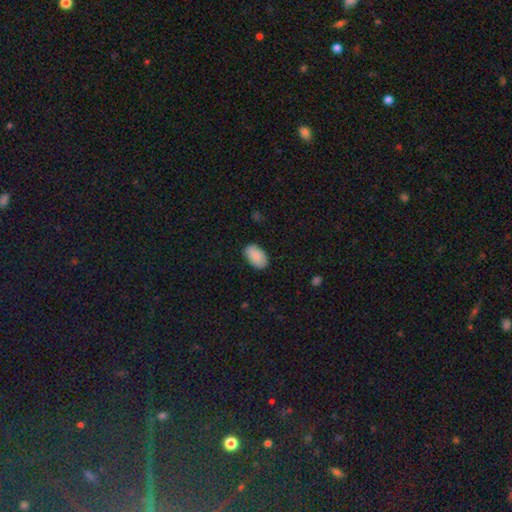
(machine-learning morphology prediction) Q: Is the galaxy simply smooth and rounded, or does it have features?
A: smooth — 88%.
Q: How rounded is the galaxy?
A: in between — 93%.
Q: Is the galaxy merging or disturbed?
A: none — 84%.